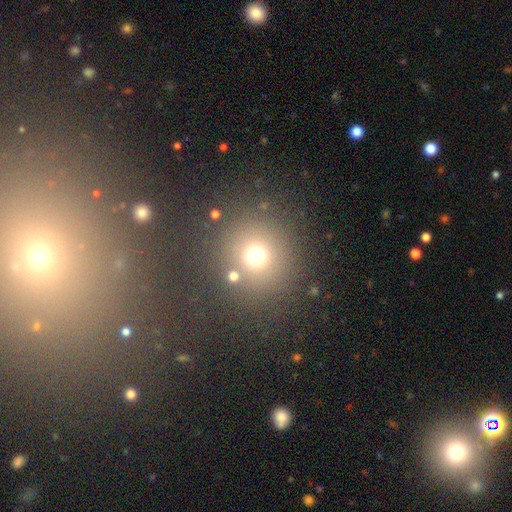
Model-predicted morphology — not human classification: type=smooth (66%); roundness=round (93%); merging=none (76%).